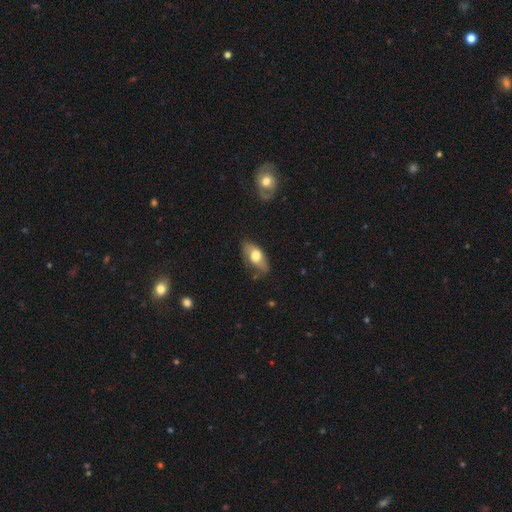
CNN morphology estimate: smooth 60%, featured or disk 34%, star or artifact 6%. Down the decision tree: how rounded — in between (88%); merging — none (68%).